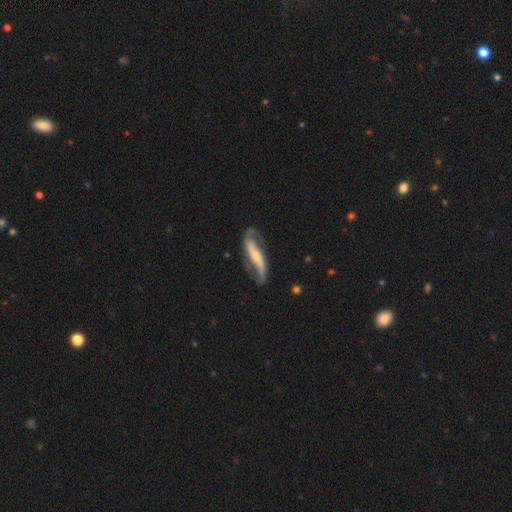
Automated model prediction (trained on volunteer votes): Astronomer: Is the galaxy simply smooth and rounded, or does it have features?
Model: featured or disk — 84%.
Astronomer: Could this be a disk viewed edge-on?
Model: no — 85%.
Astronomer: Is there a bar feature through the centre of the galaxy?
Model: strong — 50% (runner-up: no, 26%).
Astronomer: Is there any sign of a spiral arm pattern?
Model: yes — 95%.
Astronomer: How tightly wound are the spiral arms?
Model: loose — 70%.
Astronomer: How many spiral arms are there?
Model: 2 — 91%.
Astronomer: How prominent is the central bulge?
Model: small — 52% (runner-up: moderate, 33%).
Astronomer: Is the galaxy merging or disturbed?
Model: none — 71%.